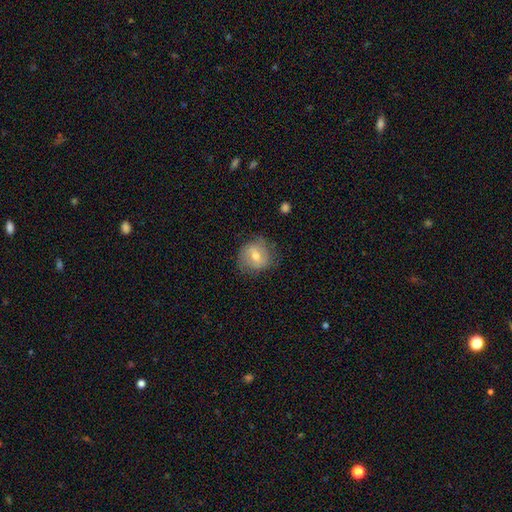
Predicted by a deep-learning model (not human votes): Overall: smooth (51%; featured or disk 42%). How rounded: round (81%). Merging: none (69%).